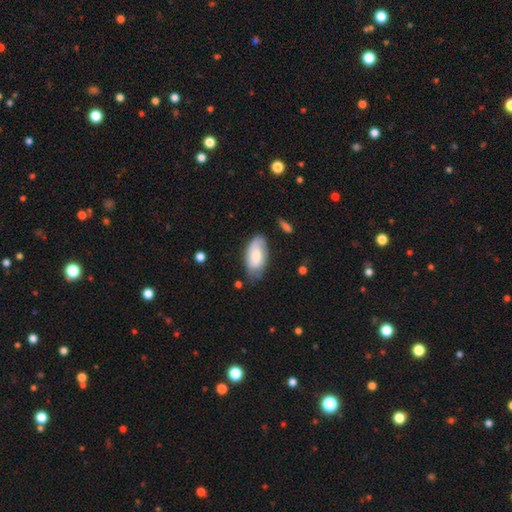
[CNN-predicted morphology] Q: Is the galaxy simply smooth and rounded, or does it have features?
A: smooth — 66%.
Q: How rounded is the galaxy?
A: in between — 94%.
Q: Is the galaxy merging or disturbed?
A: none — 63%.